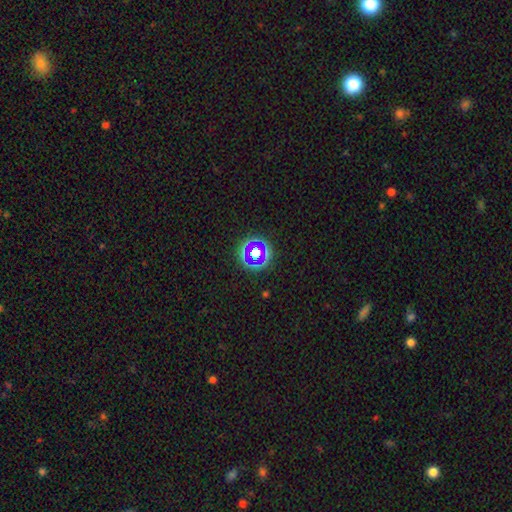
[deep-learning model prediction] Q: Smooth or featured?
A: star or artifact (51%); runner-up: smooth (32%)